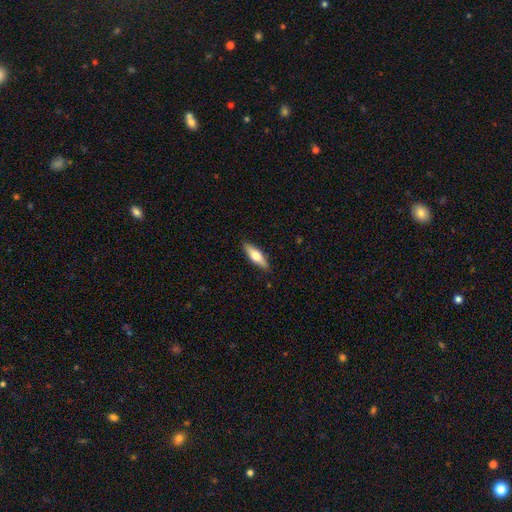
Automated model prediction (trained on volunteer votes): Q: Smooth or featured?
A: smooth (57%); runner-up: featured or disk (38%)
Q: How rounded?
A: in between (50%); runner-up: cigar-shaped (48%)
Q: Merging?
A: none (88%); runner-up: minor disturbance (9%)